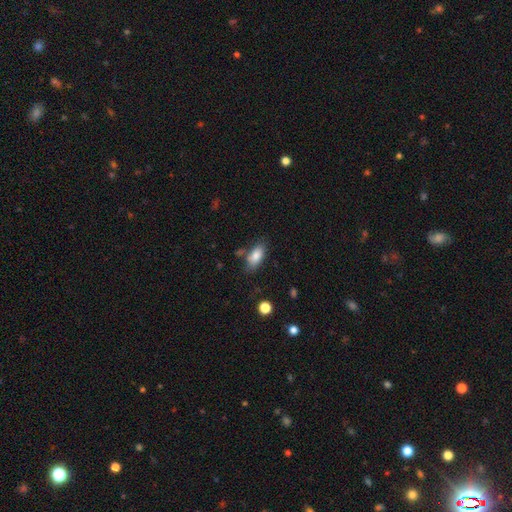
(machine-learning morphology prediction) A smooth galaxy with no disk features (82%) that is in between round and cigar-shaped (87%).

Vote fractions:
- Smooth or featured? smooth: 82% / featured or disk: 10% / star or artifact: 8%
- How rounded? in between: 87% / cigar-shaped: 9% / round: 3%
- Merging? none: 68% / minor disturbance: 18% / merger: 9% / major disturbance: 5%